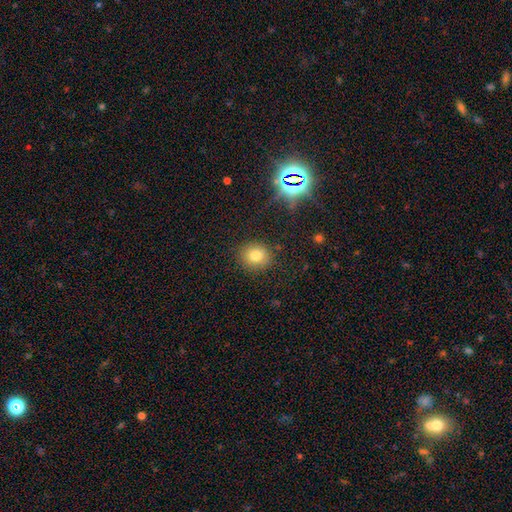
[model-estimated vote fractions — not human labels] A smooth galaxy with no disk features (77%) that is round (78%).

Vote fractions:
- Smooth or featured? smooth: 77% / star or artifact: 14% / featured or disk: 9%
- How rounded? round: 78% / in between: 21% / cigar-shaped: 1%
- Merging? none: 86% / minor disturbance: 9% / major disturbance: 3% / merger: 2%